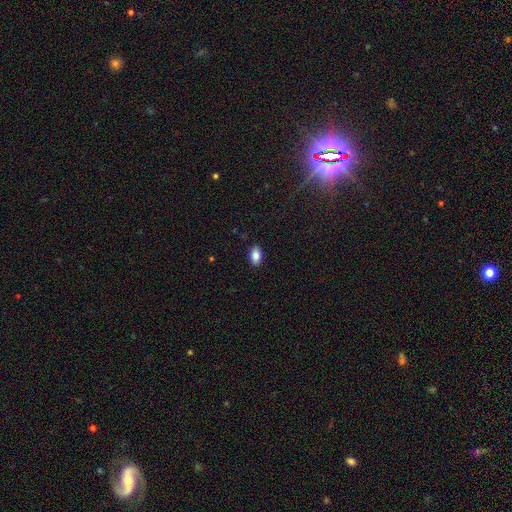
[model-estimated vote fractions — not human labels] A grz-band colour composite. It shows a smooth galaxy with no disk features (85%) that is in between round and cigar-shaped (91%). Merging: none (88%).